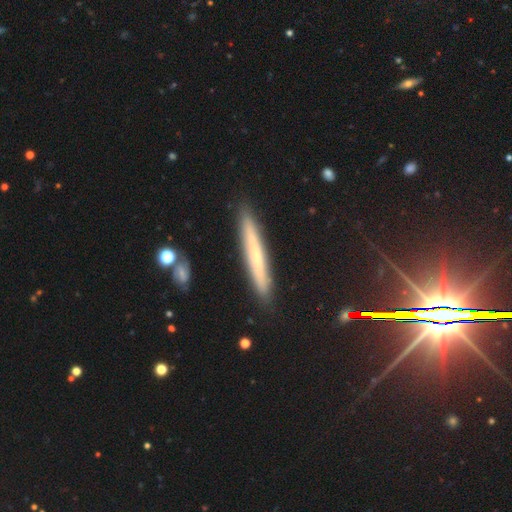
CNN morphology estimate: This is possibly a smooth galaxy (52%). How rounded: clearly cigar-shaped (96%). Merging: clearly none (89%).